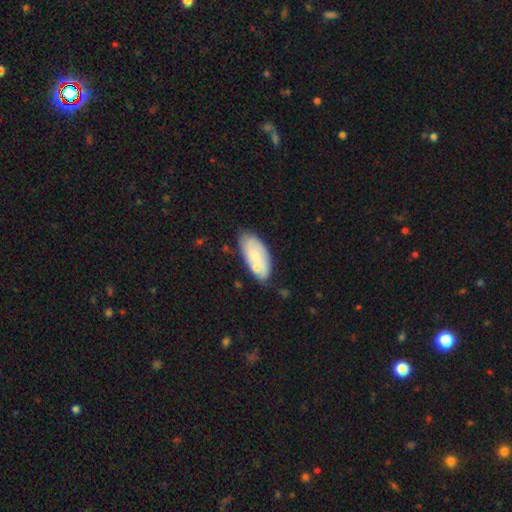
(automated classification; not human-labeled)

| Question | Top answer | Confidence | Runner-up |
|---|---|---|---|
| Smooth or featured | smooth | 64% | featured or disk (30%) |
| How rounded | in between | 90% | cigar-shaped (8%) |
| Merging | none | 64% | minor disturbance (20%) |